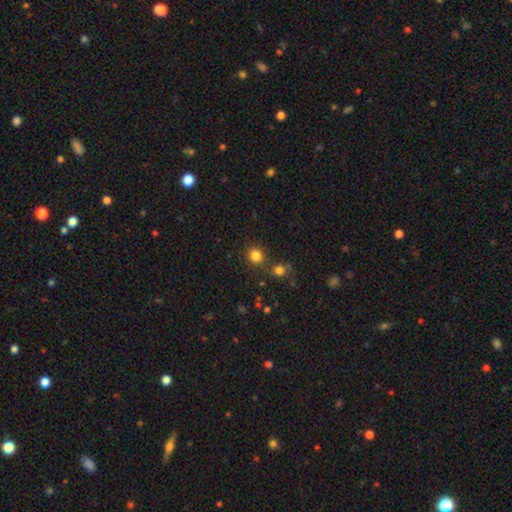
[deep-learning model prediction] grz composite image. It shows a smooth galaxy with no disk features (83%) that is round (81%). Merging: none (77%).